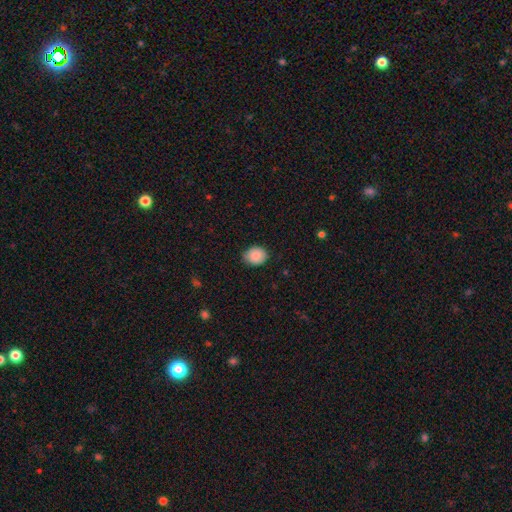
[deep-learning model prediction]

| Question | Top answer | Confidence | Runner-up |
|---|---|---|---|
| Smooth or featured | smooth | 88% | star or artifact (8%) |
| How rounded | round | 57% | in between (42%) |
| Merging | none | 81% | minor disturbance (15%) |